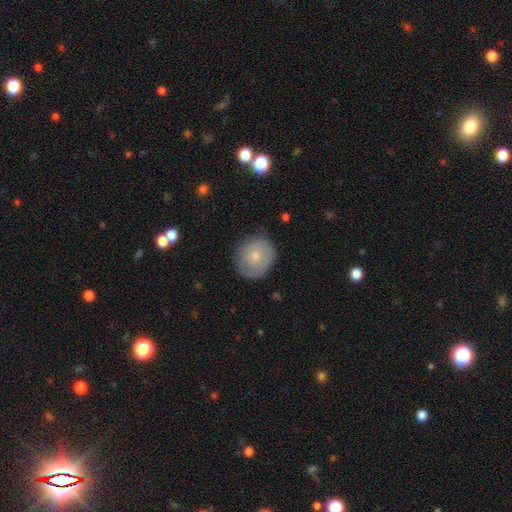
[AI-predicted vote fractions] Smooth or featured?
  - smooth: 73% *
  - featured or disk: 20%
  - star or artifact: 7%
How rounded?
  - round: 82% *
  - in between: 17%
  - cigar-shaped: 1%
Merging?
  - none: 76% *
  - minor disturbance: 19%
  - major disturbance: 4%
  - merger: 1%